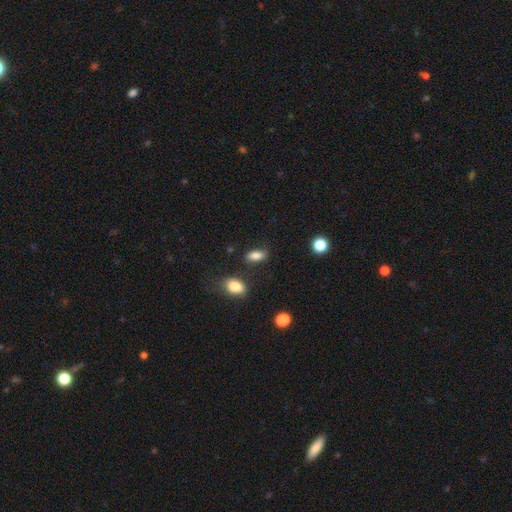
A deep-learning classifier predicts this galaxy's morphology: smooth_or_featured: smooth (p=0.83) [alt: star or artifact p=0.10]
how_rounded: in between (p=0.85) [alt: cigar-shaped p=0.08]
merging: none (p=0.74) [alt: minor disturbance p=0.16]